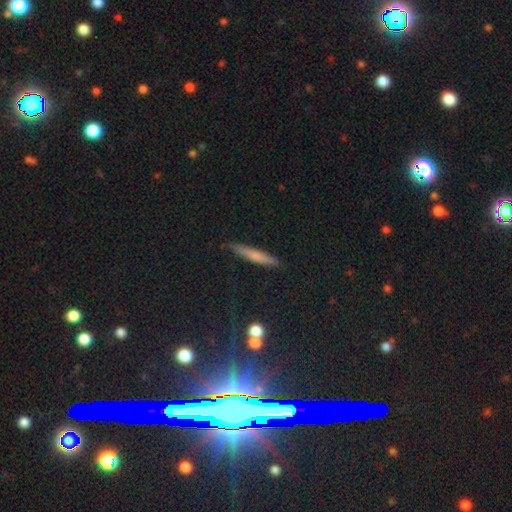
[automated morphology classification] smooth_or_featured: smooth (p=0.65) [alt: featured or disk p=0.27]
how_rounded: cigar-shaped (p=0.93) [alt: in between p=0.05]
merging: none (p=0.87) [alt: minor disturbance p=0.09]